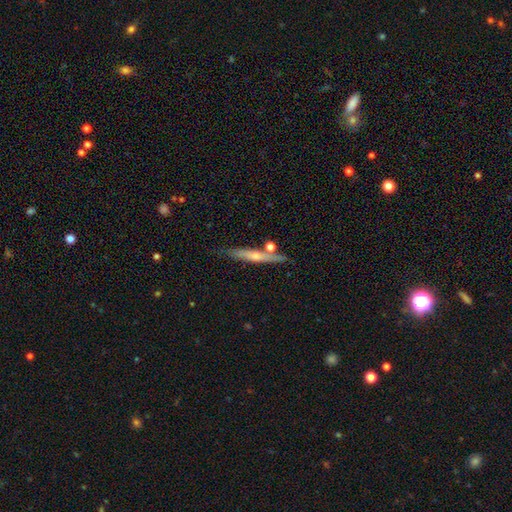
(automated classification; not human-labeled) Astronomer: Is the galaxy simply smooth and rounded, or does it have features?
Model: smooth — 48% (runner-up: featured or disk, 46%).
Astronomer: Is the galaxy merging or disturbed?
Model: none — 72%.